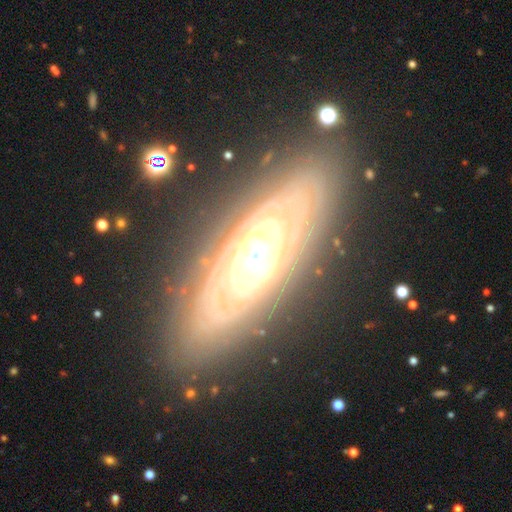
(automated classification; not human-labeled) This is clearly a featured or disk galaxy (83%). It is likely not viewed edge-on (76%). Bar: likely no (64%). Spiral arm pattern: likely yes (66%). Central bulge: possibly moderate (48%). Merging: likely none (77%).